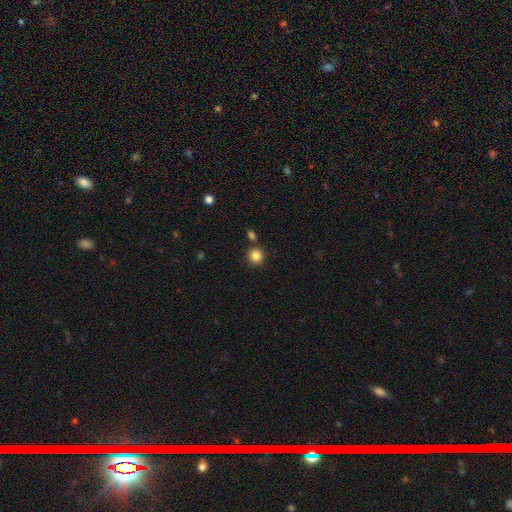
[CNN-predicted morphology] Q: Smooth or featured?
A: smooth (86%); runner-up: star or artifact (10%)
Q: How rounded?
A: round (91%); runner-up: in between (8%)
Q: Merging?
A: none (79%); runner-up: merger (10%)